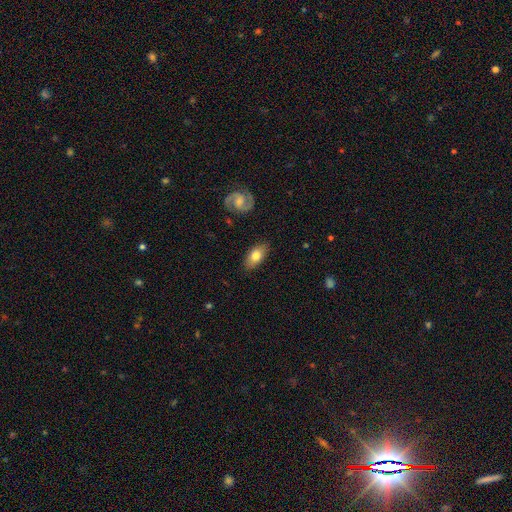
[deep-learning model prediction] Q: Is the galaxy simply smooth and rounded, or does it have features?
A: smooth — 71%.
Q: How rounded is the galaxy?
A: in between — 88%.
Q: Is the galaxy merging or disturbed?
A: none — 84%.